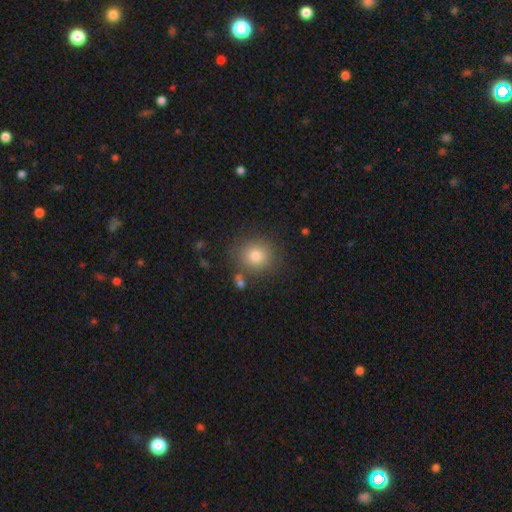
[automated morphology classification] This is clearly a smooth galaxy (80%). How rounded: clearly round (86%). Merging: clearly none (82%).